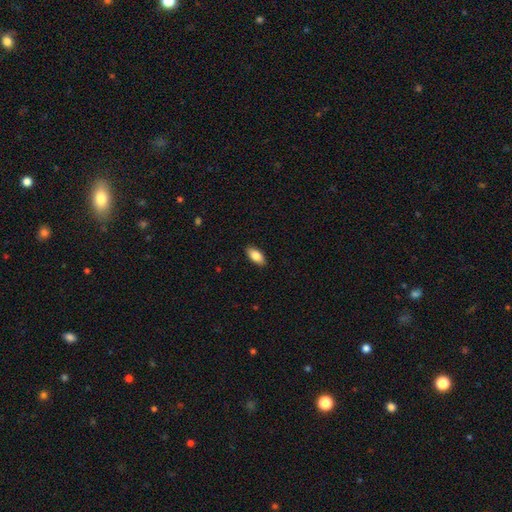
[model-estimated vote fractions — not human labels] The model was most divided on "smooth or featured": smooth: 84%, featured or disk: 9%, star or artifact: 7%. More confident: how rounded — in between (91%); merging — none (89%).